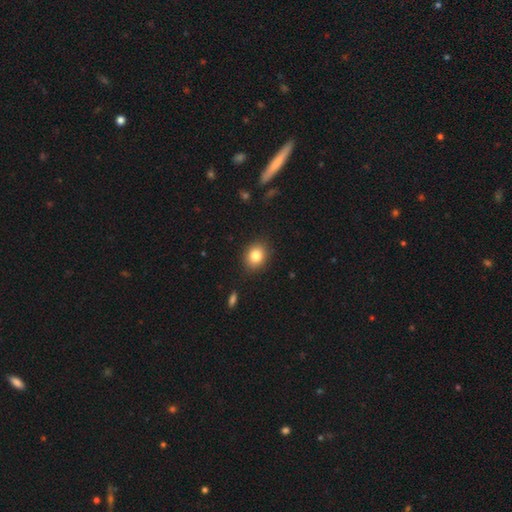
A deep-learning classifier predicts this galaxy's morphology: Overall: smooth (83%). How rounded: round (54%; in between 45%). Merging: none (88%).